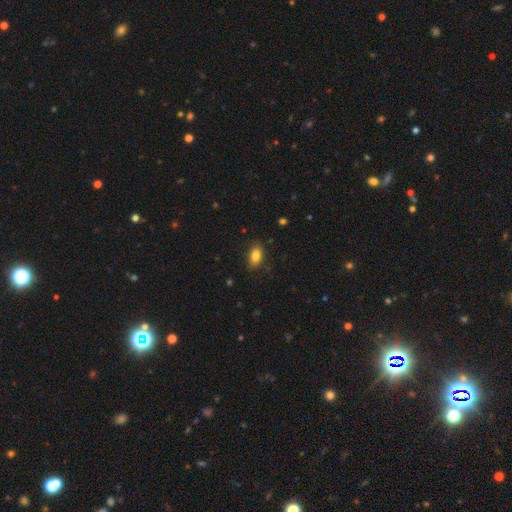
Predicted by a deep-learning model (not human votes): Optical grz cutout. It shows a smooth galaxy with no disk features (84%) that is in between round and cigar-shaped (88%). Merging: none (83%).